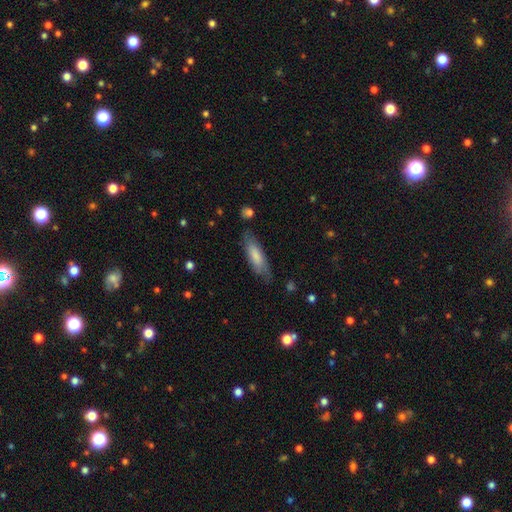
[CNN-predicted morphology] smooth-or-featured: smooth: 72% | featured or disk: 23% | star or artifact: 6%
  how-rounded: cigar-shaped: 50% | in between: 48% | round: 1%
  merging: none: 73% | minor disturbance: 20% | major disturbance: 5% | merger: 2%